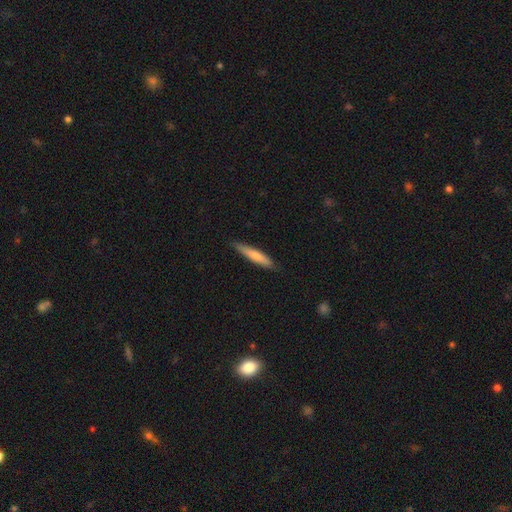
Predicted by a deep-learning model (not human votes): A smooth galaxy with no disk features (70%) that is cigar-shaped (89%). Merging: none (83%).